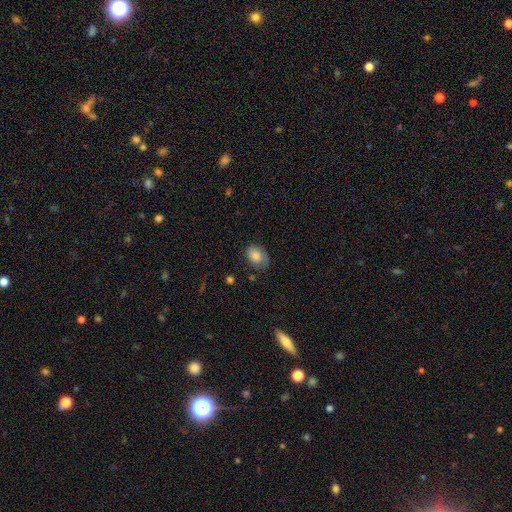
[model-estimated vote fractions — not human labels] smooth_or_featured: smooth (p=0.78) [alt: featured or disk p=0.13]
how_rounded: in between (p=0.66) [alt: round p=0.33]
merging: none (p=0.62) [alt: minor disturbance p=0.27]